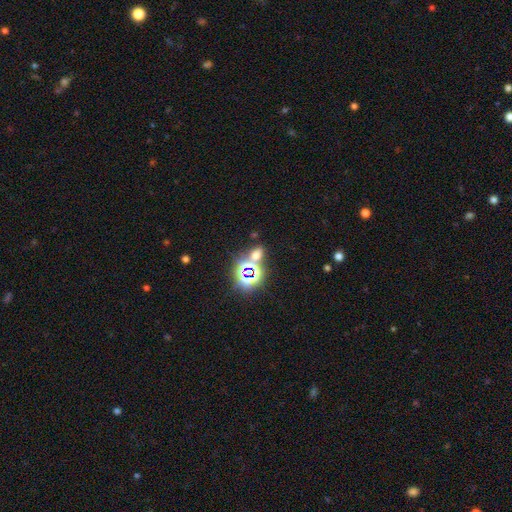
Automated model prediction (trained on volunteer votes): smooth_or_featured: star or artifact (p=0.46) [alt: smooth p=0.45]